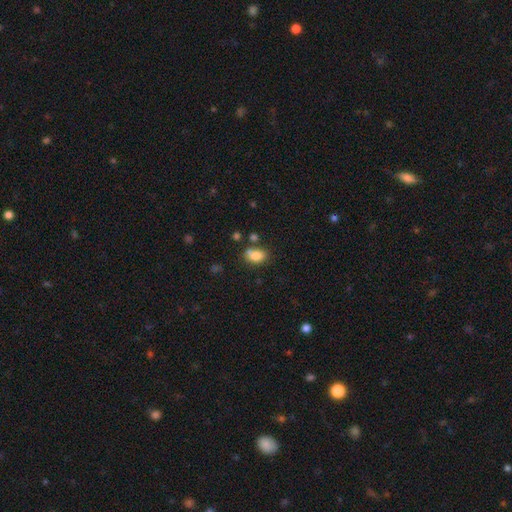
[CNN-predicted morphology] This appears to be a smooth galaxy with no disk features (82%) that is in between round and cigar-shaped (80%). Merging: none (60%).